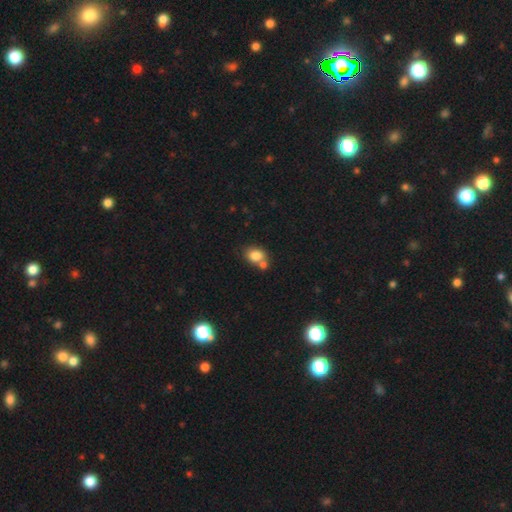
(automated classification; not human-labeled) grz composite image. It shows a smooth galaxy with no disk features (82%) that is in between round and cigar-shaped (56%). Merging: none (48%).